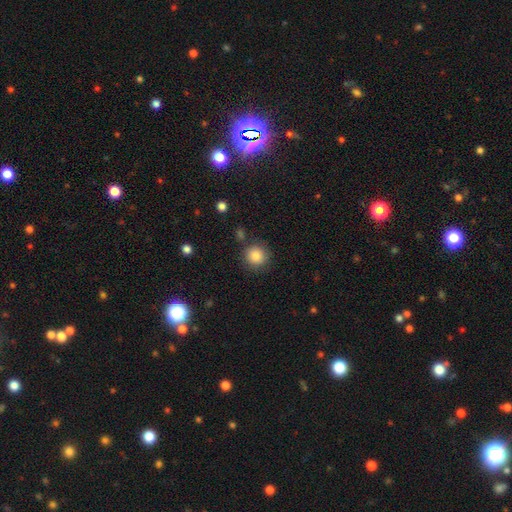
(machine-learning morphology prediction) A smooth galaxy with no disk features (86%) that is round (91%). Merging: none (82%).